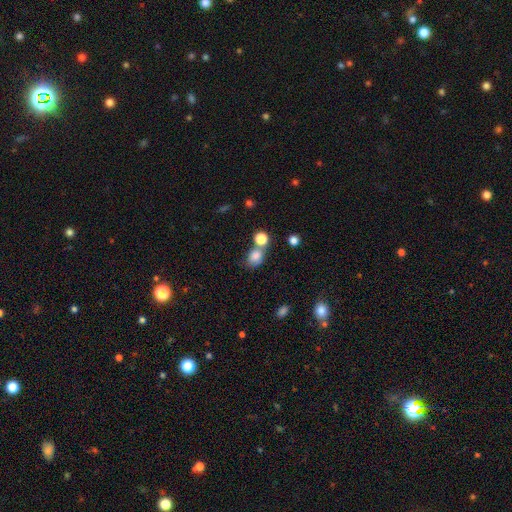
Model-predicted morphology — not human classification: Overall: smooth (80%). How rounded: round (50%; in between 48%). Merging: none (46%; merger 35%).